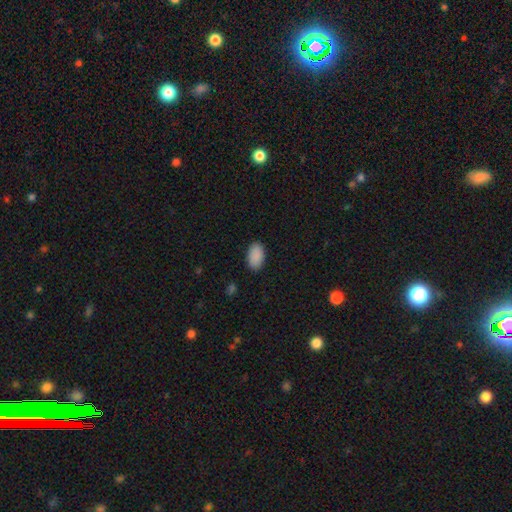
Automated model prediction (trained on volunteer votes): A smooth galaxy with no disk features (91%) that is in between round and cigar-shaped (94%).

Vote fractions:
- Smooth or featured? smooth: 91% / star or artifact: 7% / featured or disk: 3%
- How rounded? in between: 94% / round: 4% / cigar-shaped: 1%
- Merging? none: 88% / minor disturbance: 8% / major disturbance: 2% / merger: 1%